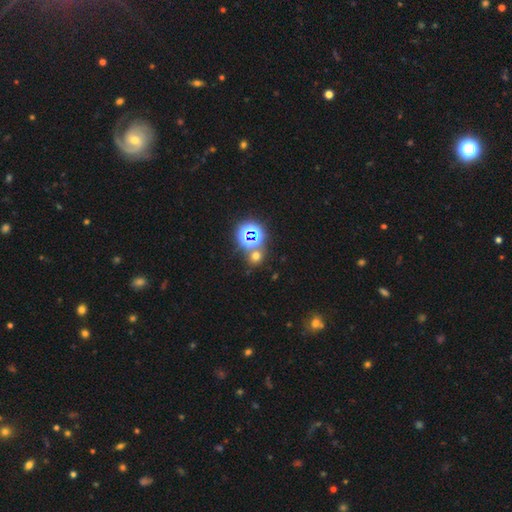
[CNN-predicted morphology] Smooth or featured?
  - smooth: 52% *
  - star or artifact: 40%
  - featured or disk: 8%
How rounded?
  - round: 81% *
  - in between: 18%
  - cigar-shaped: 1%
Merging?
  - none: 71% *
  - merger: 17%
  - minor disturbance: 9%
  - major disturbance: 4%